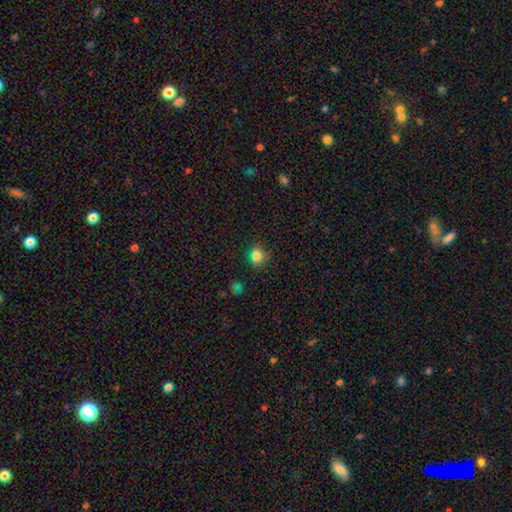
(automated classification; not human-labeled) The model was most divided on "how rounded": round: 66%, in between: 32%, cigar-shaped: 2%. More confident: merging — none (80%); smooth or featured — smooth (76%).